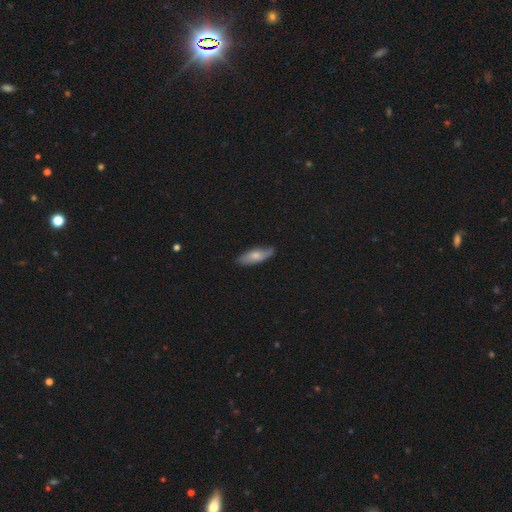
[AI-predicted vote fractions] Q: Smooth or featured?
A: smooth (65%); runner-up: featured or disk (29%)
Q: How rounded?
A: in between (64%); runner-up: cigar-shaped (34%)
Q: Merging?
A: none (74%); runner-up: minor disturbance (21%)